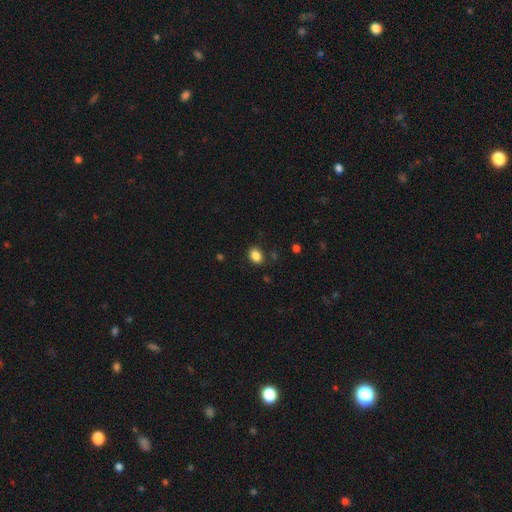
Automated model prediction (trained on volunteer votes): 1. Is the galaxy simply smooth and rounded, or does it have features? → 86% smooth, 10% star or artifact, 4% featured or disk.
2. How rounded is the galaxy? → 70% in between, 29% round, 1% cigar-shaped.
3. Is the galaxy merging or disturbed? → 84% none, 11% minor disturbance, 3% major disturbance, 2% merger.